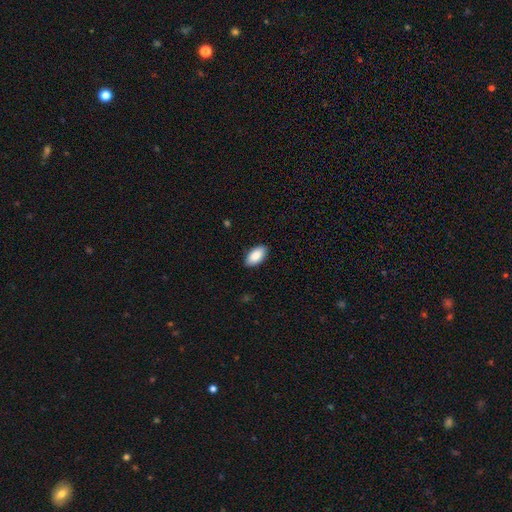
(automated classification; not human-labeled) The model was most divided on "merging": none: 89%, minor disturbance: 8%, major disturbance: 2%, merger: 1%. More confident: how rounded — in between (95%); smooth or featured — smooth (89%).